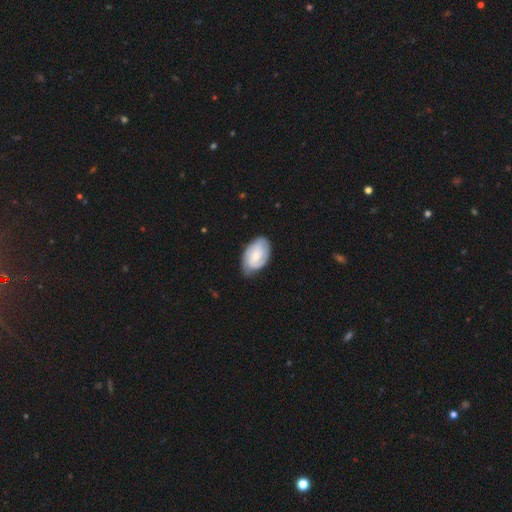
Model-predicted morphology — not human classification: smooth_or_featured: featured or disk (p=0.52) [alt: smooth p=0.42]
disk_edge_on: no (p=0.96) [alt: yes p=0.04]
bar: no (p=0.62) [alt: weak p=0.32]
has_spiral_arms: yes (p=0.83) [alt: no p=0.17]
bulge_size: small (p=0.49) [alt: moderate p=0.40]
merging: none (p=0.68) [alt: minor disturbance p=0.25]